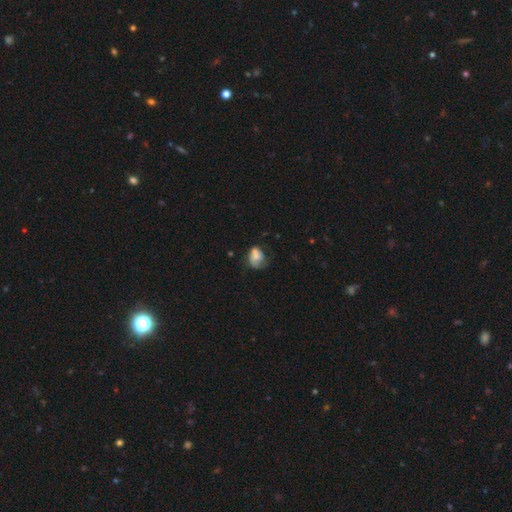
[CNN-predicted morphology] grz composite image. It shows a smooth galaxy with no disk features (59%) that is in between round and cigar-shaped (66%). Merging: none (35%).